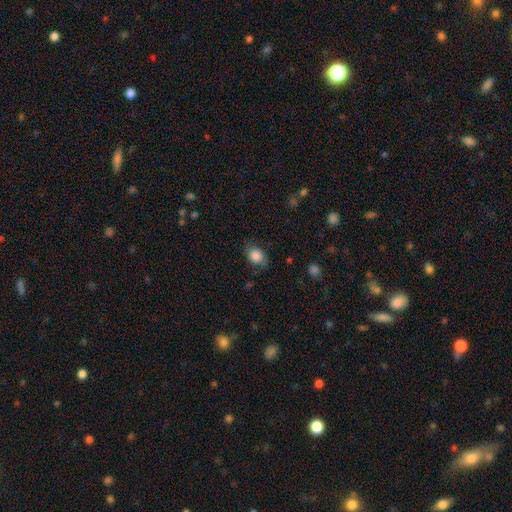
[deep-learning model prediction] Q: Smooth or featured?
A: smooth (82%); runner-up: featured or disk (10%)
Q: How rounded?
A: in between (67%); runner-up: round (32%)
Q: Merging?
A: none (72%); runner-up: minor disturbance (21%)